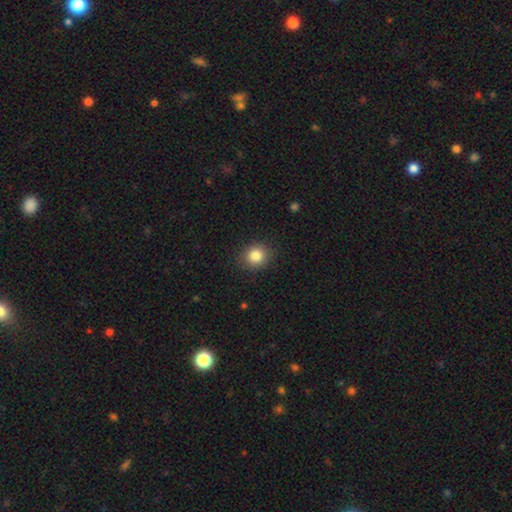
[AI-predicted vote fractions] smooth_or_featured: smooth (p=0.85) [alt: star or artifact p=0.10]
how_rounded: round (p=0.76) [alt: in between p=0.23]
merging: none (p=0.87) [alt: minor disturbance p=0.09]